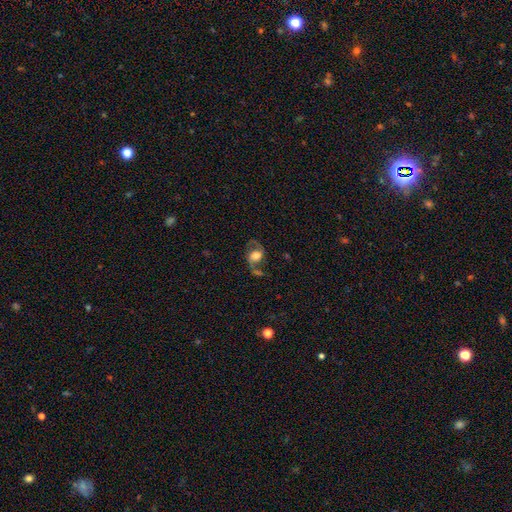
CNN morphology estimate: Q: Smooth or featured?
A: featured or disk (68%); runner-up: smooth (23%)
Q: Edge-on disk?
A: no (97%); runner-up: yes (3%)
Q: Bar?
A: no (54%); runner-up: weak (34%)
Q: Spiral arms?
A: yes (90%); runner-up: no (10%)
Q: Spiral winding?
A: loose (58%); runner-up: medium (34%)
Q: Spiral arm count?
A: 2 (88%); runner-up: 1 (6%)
Q: Bulge size?
A: moderate (41%); runner-up: large (39%)
Q: Merging?
A: none (53%); runner-up: minor disturbance (18%)